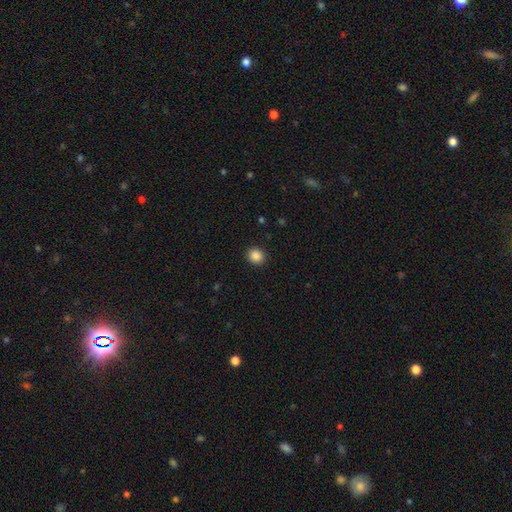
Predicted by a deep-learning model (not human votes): This appears to be a smooth galaxy with no disk features (87%) that is round (81%). Merging: none (91%).